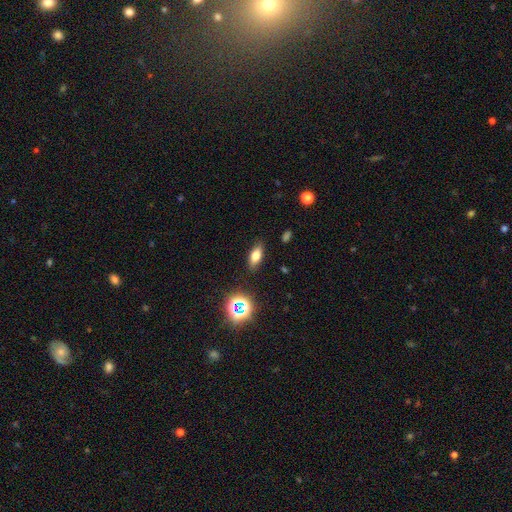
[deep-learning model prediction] smooth_or_featured: smooth (p=0.71) [alt: featured or disk p=0.14]
how_rounded: in between (p=0.76) [alt: cigar-shaped p=0.17]
merging: none (p=0.86) [alt: minor disturbance p=0.10]